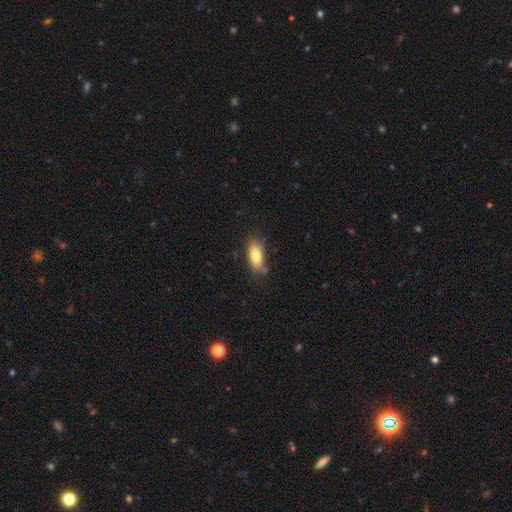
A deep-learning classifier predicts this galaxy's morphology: Smooth or featured? smooth (78%)
How rounded? in between (85%)
Merging? none (65%)